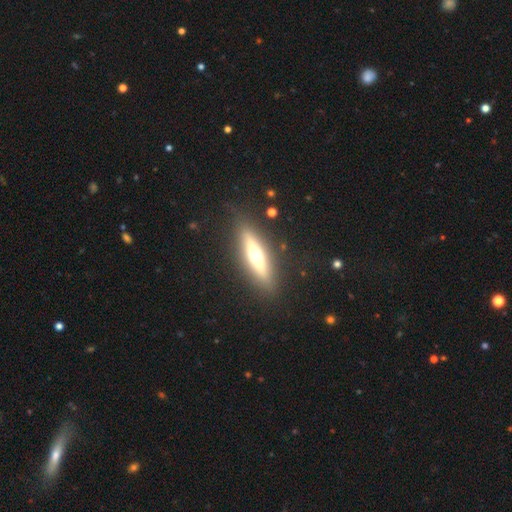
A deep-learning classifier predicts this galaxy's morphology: A featured or disk galaxy (54%) viewed edge-on (88%). Merging: none (86%).